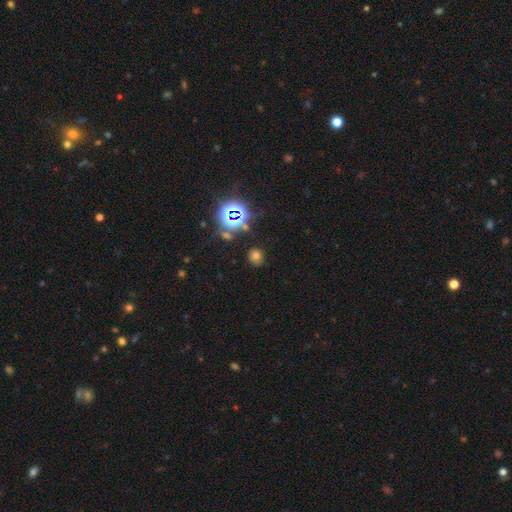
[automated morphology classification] This is likely a smooth galaxy (61%). How rounded: likely round (78%). Merging: clearly none (83%).